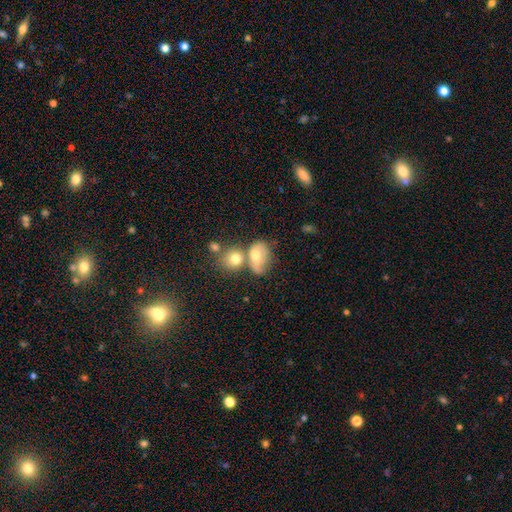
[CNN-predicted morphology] This is likely a smooth galaxy (63%). How rounded: likely in between (72%). Merging: possibly merger (46%).